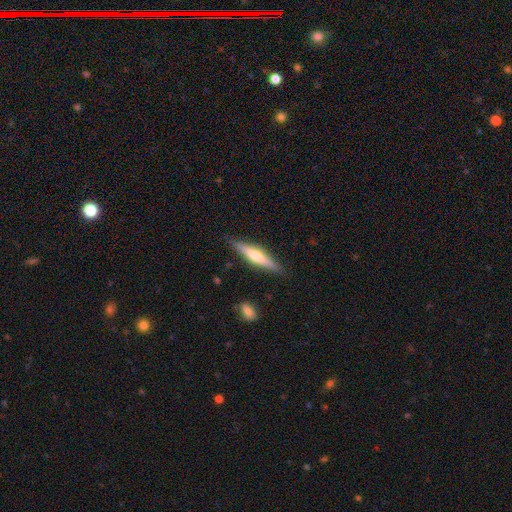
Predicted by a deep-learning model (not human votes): smooth-or-featured: featured or disk: 53% | smooth: 41% | star or artifact: 6%
  disk-edge-on: yes: 95% | no: 5%
    edge-on-bulge: rounded: 79% | none: 11% | boxy: 10%
  merging: none: 87% | minor disturbance: 9% | major disturbance: 2% | merger: 1%